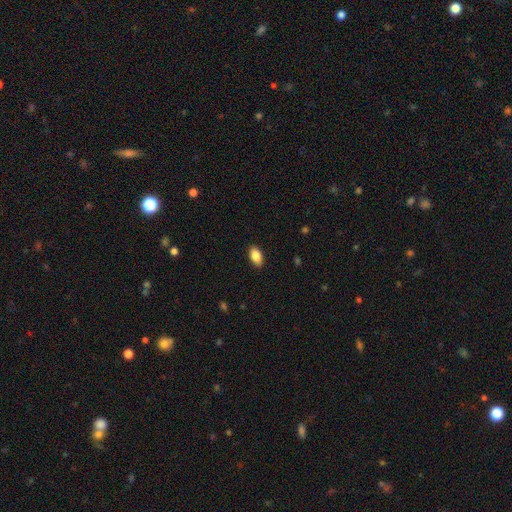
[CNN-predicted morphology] Smooth or featured: smooth — 87% (star or artifact — 7%)
How rounded: in between — 92% (round — 4%)
Merging: none — 88% (minor disturbance — 9%)